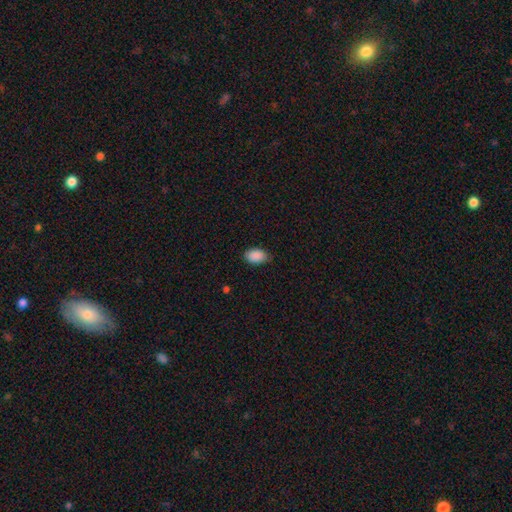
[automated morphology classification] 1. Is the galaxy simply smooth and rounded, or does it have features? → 90% smooth, 7% star or artifact, 3% featured or disk.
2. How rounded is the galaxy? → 89% in between, 10% round, 1% cigar-shaped.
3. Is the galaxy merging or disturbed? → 80% none, 17% minor disturbance, 3% major disturbance, 1% merger.